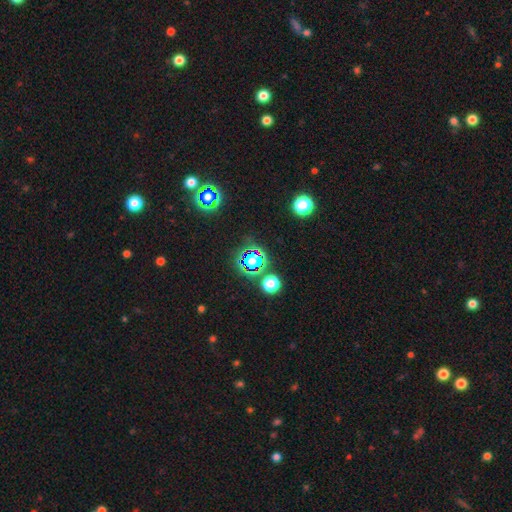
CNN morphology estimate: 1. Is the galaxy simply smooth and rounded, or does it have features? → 64% star or artifact, 26% smooth, 10% featured or disk.